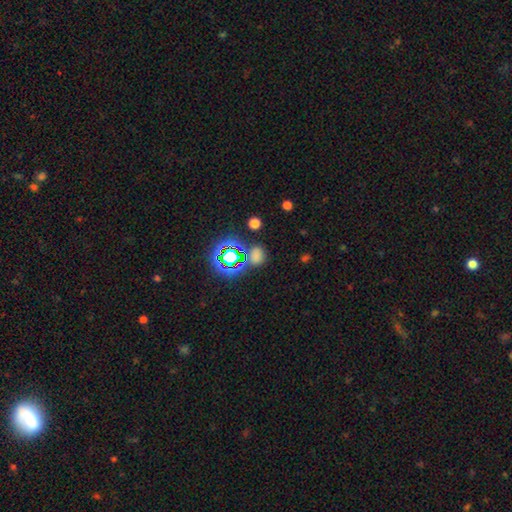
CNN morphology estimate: type=smooth (56%); roundness=round (57%); merging=none (73%).